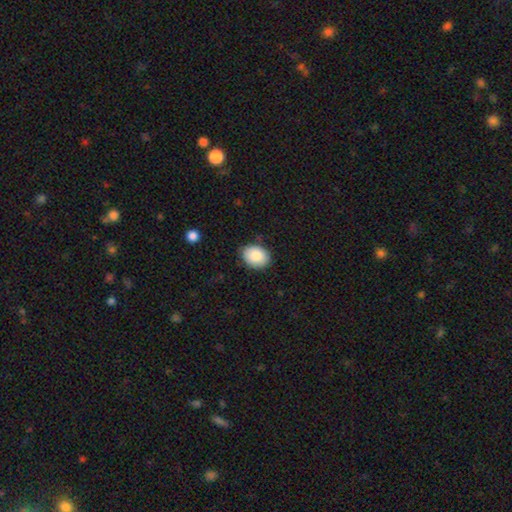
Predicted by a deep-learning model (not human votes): Q: Smooth or featured?
A: smooth (86%); runner-up: star or artifact (7%)
Q: How rounded?
A: in between (66%); runner-up: round (33%)
Q: Merging?
A: none (81%); runner-up: minor disturbance (15%)